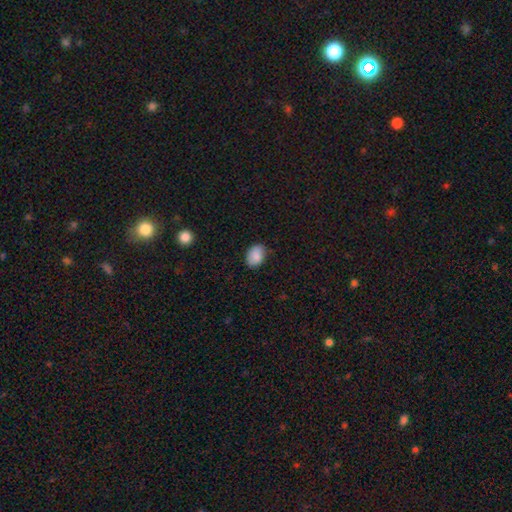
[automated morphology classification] Q: Smooth or featured?
A: smooth (88%); runner-up: star or artifact (7%)
Q: How rounded?
A: in between (78%); runner-up: round (21%)
Q: Merging?
A: none (79%); runner-up: minor disturbance (17%)